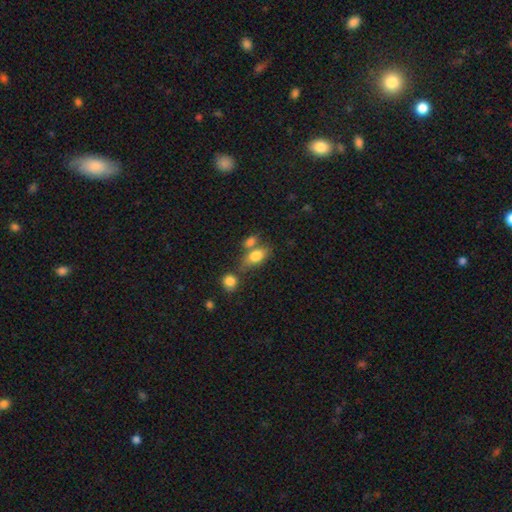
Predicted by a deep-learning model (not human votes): smooth_or_featured: smooth (p=0.77) [alt: featured or disk p=0.14]
how_rounded: in between (p=0.82) [alt: round p=0.10]
merging: none (p=0.48) [alt: merger p=0.30]